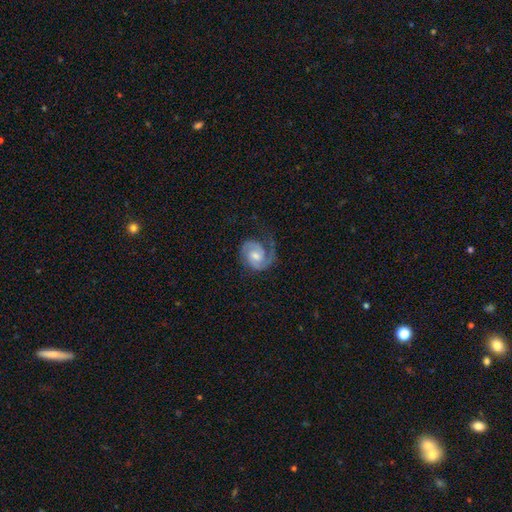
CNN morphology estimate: Smooth or featured? Predicted: featured or disk (p=0.86). Edge-on disk? Predicted: no (p=0.98). Bar? Predicted: weak (p=0.46). Spiral arms? Predicted: yes (p=0.97). Spiral winding? Predicted: medium (p=0.44). Spiral arm count? Predicted: 2 (p=0.75). Bulge size? Predicted: moderate (p=0.54). Merging? Predicted: none (p=0.61).